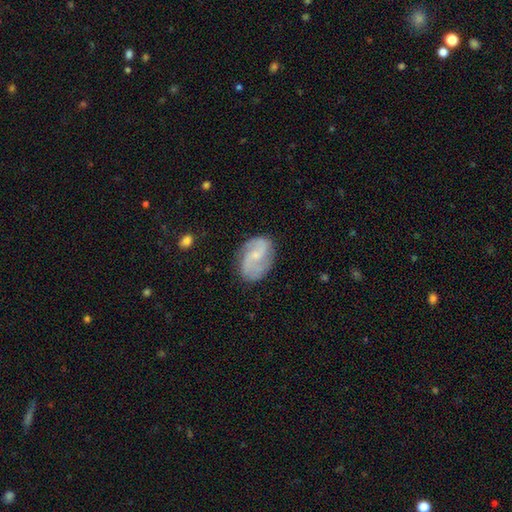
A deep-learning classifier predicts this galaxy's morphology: type=featured or disk (79%); edge-on=no (97%); bar=no (48%); spiral arms=yes (95%); winding=medium (46%); arm count=2 (80%); bulge=small (66%); merging=none (77%).